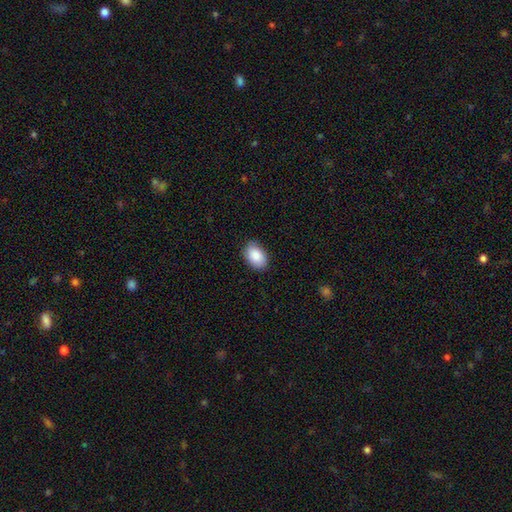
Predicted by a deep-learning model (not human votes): Smooth or featured? smooth (88%)
How rounded? in between (88%)
Merging? none (84%)